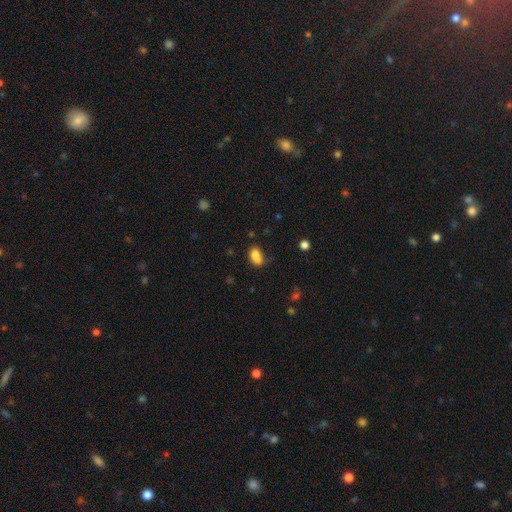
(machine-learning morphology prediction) smooth 79%, star or artifact 11%, featured or disk 10%. Down the decision tree: how rounded — in between (82%); merging — none (43%).